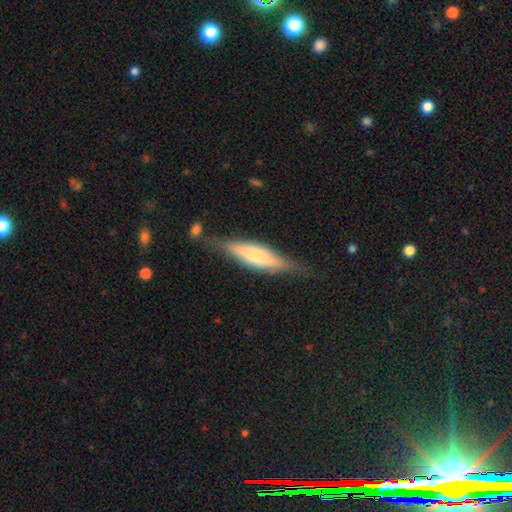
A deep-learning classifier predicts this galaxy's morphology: Smooth or featured? Predicted: featured or disk (p=0.52). Edge-on disk? Predicted: yes (p=0.88). Merging? Predicted: none (p=0.71).